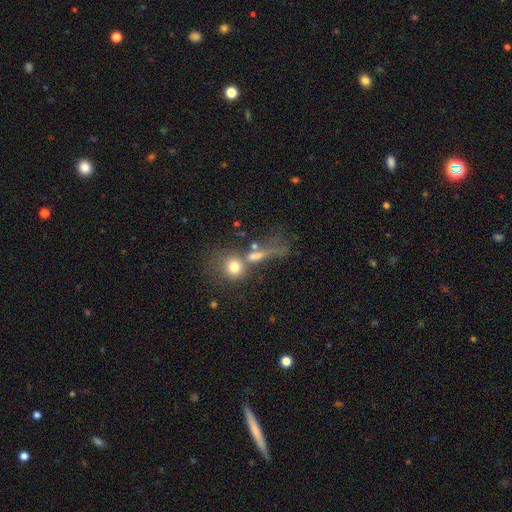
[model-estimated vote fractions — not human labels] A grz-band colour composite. It shows a smooth galaxy with no disk features (64%) that is round (47%). Merging: merger (41%).